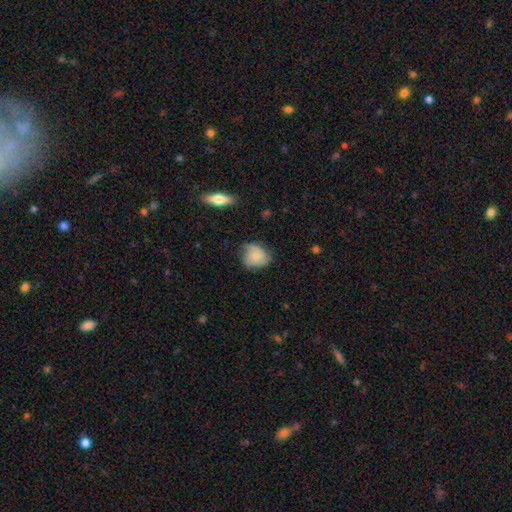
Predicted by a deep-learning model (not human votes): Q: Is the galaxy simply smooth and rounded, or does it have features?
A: smooth — 61%.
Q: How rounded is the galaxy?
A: round — 61%.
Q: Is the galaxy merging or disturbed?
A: none — 51%.